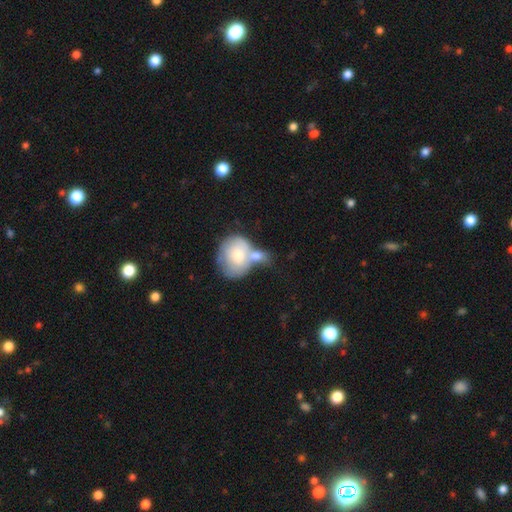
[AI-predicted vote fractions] smooth_or_featured: smooth (p=0.68) [alt: featured or disk p=0.26]
how_rounded: round (p=0.53) [alt: in between p=0.45]
merging: merger (p=0.59) [alt: none p=0.22]